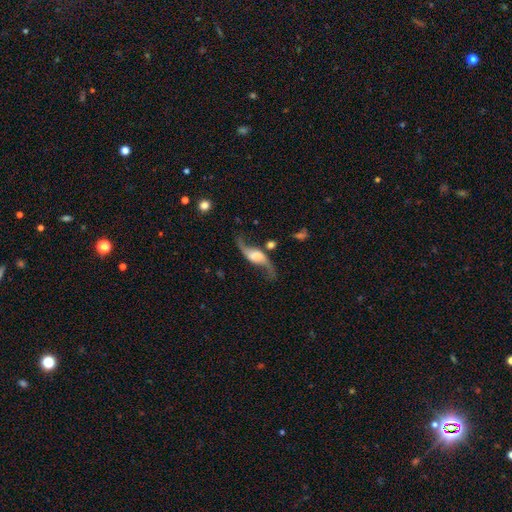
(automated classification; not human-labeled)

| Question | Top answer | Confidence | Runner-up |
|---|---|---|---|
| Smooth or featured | featured or disk | 85% | smooth (9%) |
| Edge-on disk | no | 91% | yes (9%) |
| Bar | no | 48% | weak (35%) |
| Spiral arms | yes | 96% | no (4%) |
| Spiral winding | loose | 91% | medium (7%) |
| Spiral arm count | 2 | 94% | 1 (2%) |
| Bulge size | none | 28% | tied: large (28%) |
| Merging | none | 71% | minor disturbance (15%) |